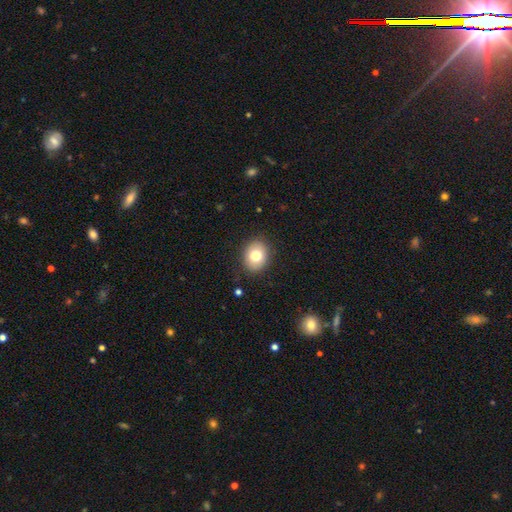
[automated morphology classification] Smooth or featured: smooth — 79% (featured or disk — 12%)
How rounded: in between — 50% (round — 49%)
Merging: none — 88% (minor disturbance — 9%)